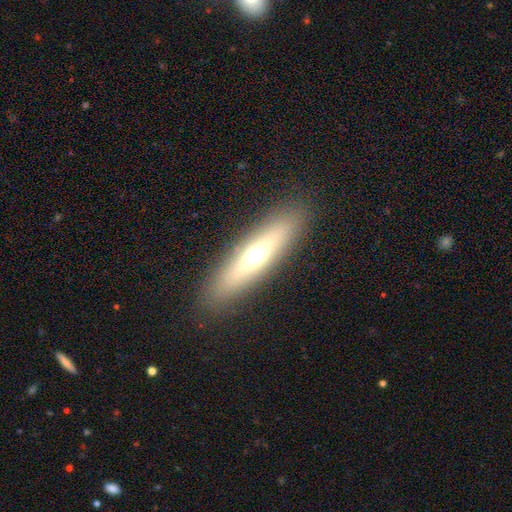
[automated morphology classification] This appears to be a smooth galaxy with no disk features (50%). Merging: none (88%).